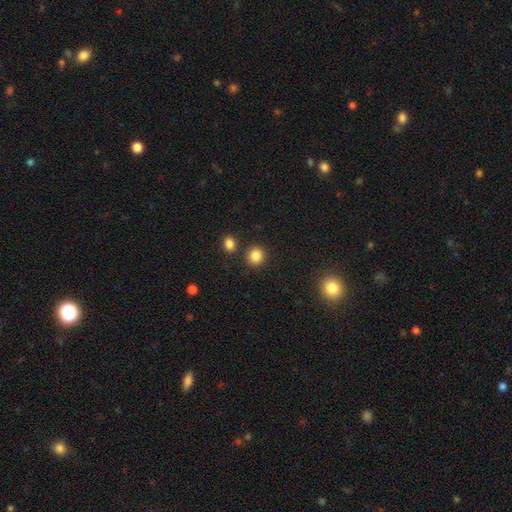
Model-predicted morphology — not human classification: Smooth or featured: smooth — 85% (star or artifact — 11%)
How rounded: round — 86% (in between — 13%)
Merging: none — 84% (minor disturbance — 7%)